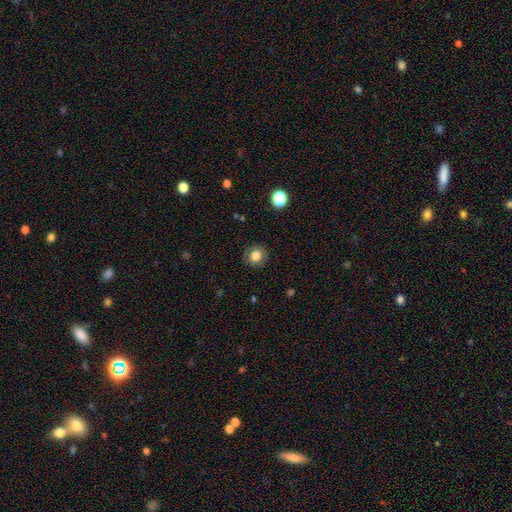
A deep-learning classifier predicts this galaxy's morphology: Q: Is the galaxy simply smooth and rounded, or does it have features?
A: smooth — 80%.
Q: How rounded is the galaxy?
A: round — 85%.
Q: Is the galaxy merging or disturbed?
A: none — 88%.